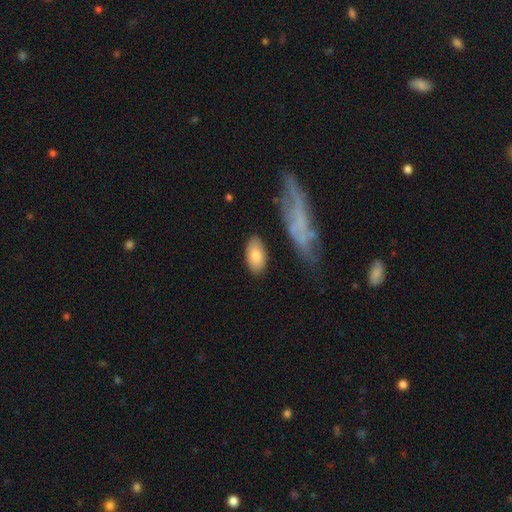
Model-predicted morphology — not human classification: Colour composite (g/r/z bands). It shows a smooth galaxy with no disk features (81%) that is in between round and cigar-shaped (94%). Merging: none (78%).